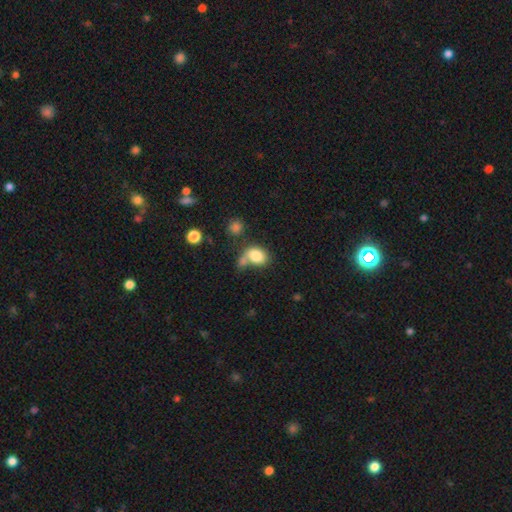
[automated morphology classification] Overall: smooth (83%). How rounded: in between (71%). Merging: none (38%; merger 36%).